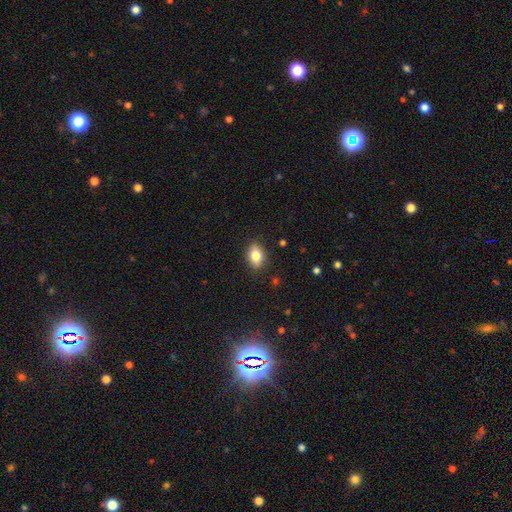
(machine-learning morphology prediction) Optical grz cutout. It shows a smooth galaxy with no disk features (80%) that is in between round and cigar-shaped (80%). Merging: none (86%).